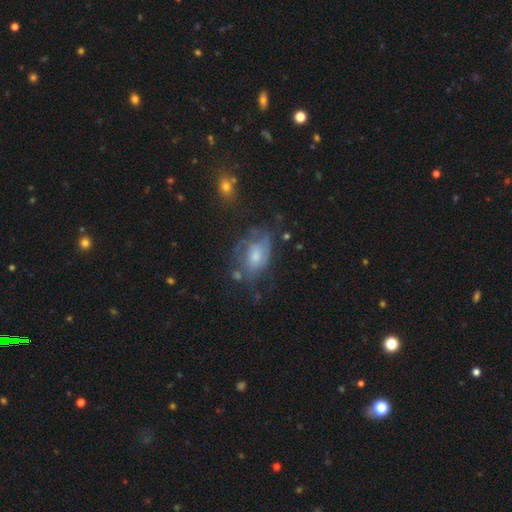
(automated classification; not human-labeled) Smooth or featured: featured or disk — 61% (smooth — 27%)
Edge-on disk: no — 95% (yes — 5%)
Bar: no — 68% (weak — 27%)
Spiral arms: yes — 74% (no — 26%)
Bulge size: moderate — 48% (small — 38%)
Merging: none — 53% (minor disturbance — 25%)